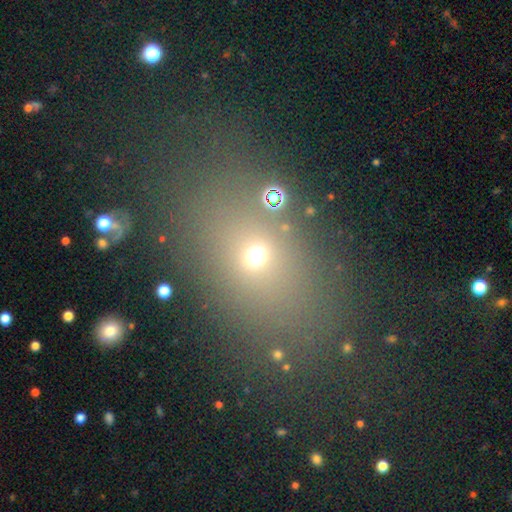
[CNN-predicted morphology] This is likely a smooth galaxy (63%). How rounded: likely round (62%). Merging: likely none (70%).